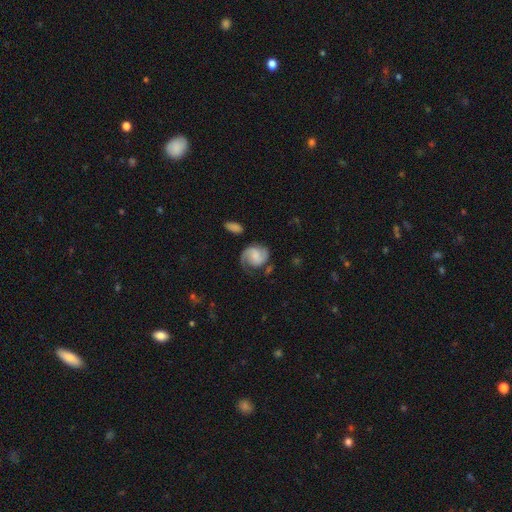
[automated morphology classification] featured or disk 74%, smooth 20%, star or artifact 7%. Down the decision tree: edge-on disk — no (98%); bar — no (49%); spiral arms — yes (95%); spiral arm count — 2 (78%); spiral winding — medium (47%); bulge size — none (38%); merging — none (63%).